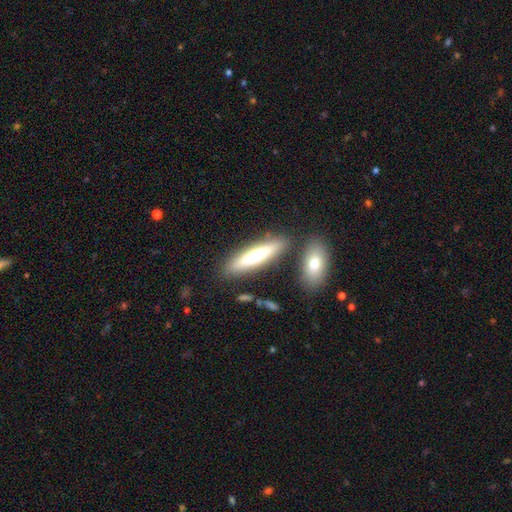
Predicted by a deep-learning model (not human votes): smooth-or-featured: smooth: 54% | featured or disk: 38% | star or artifact: 7%
  how-rounded: cigar-shaped: 77% | in between: 21% | round: 2%
  merging: none: 82% | minor disturbance: 9% | merger: 6% | major disturbance: 3%